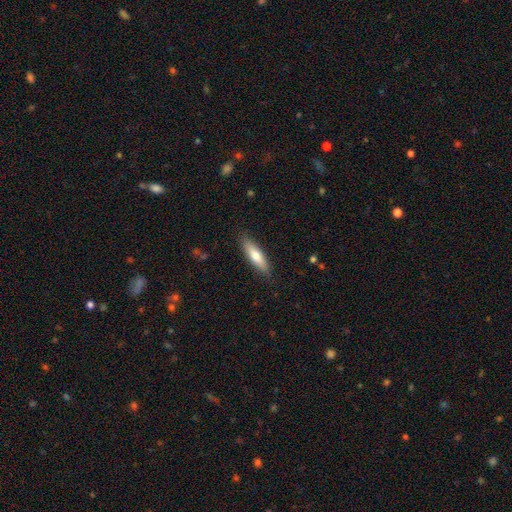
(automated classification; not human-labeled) The model was most divided on "how rounded": cigar-shaped: 66%, in between: 32%, round: 2%. More confident: merging — none (86%); smooth or featured — smooth (70%).